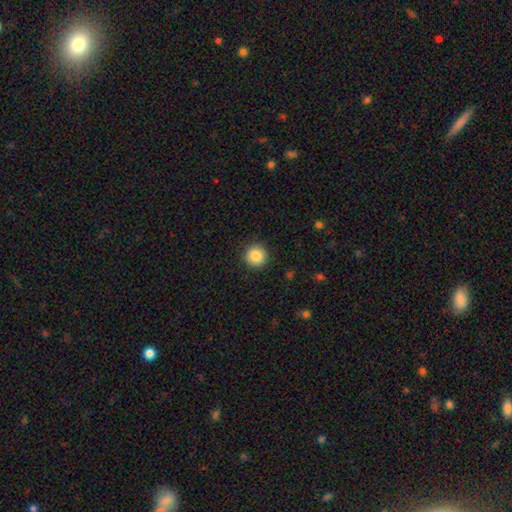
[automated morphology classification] Q: Smooth or featured?
A: smooth (87%); runner-up: star or artifact (9%)
Q: How rounded?
A: round (95%); runner-up: in between (4%)
Q: Merging?
A: none (92%); runner-up: minor disturbance (5%)